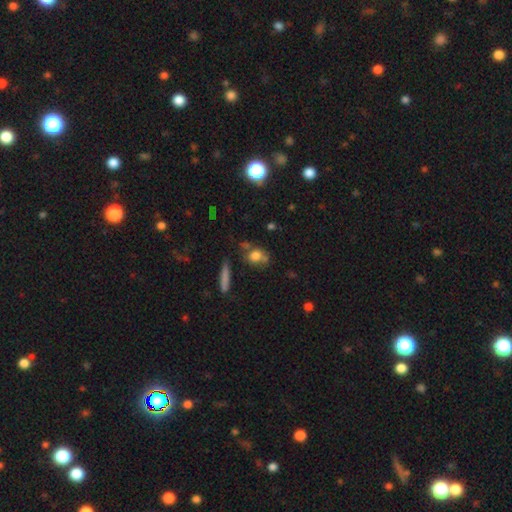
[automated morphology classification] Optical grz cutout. It shows a smooth galaxy with no disk features (71%) that is in between round and cigar-shaped (49%). Merging: none (54%).